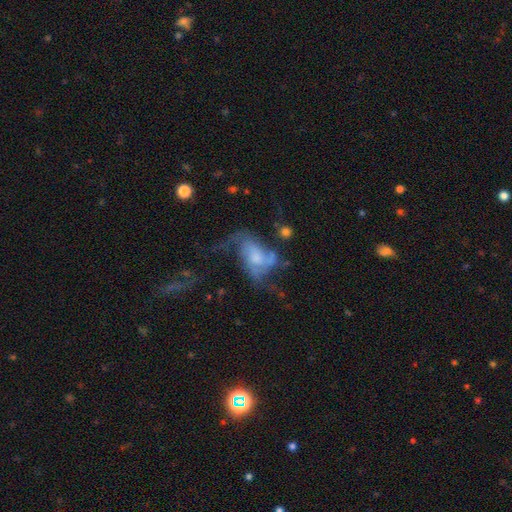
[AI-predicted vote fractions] Q: Smooth or featured?
A: featured or disk (68%); runner-up: smooth (21%)
Q: Edge-on disk?
A: no (95%); runner-up: yes (5%)
Q: Bar?
A: no (66%); runner-up: weak (28%)
Q: Spiral arms?
A: yes (74%); runner-up: no (26%)
Q: Bulge size?
A: moderate (41%); runner-up: small (32%)
Q: Merging?
A: major disturbance (46%); runner-up: none (27%)